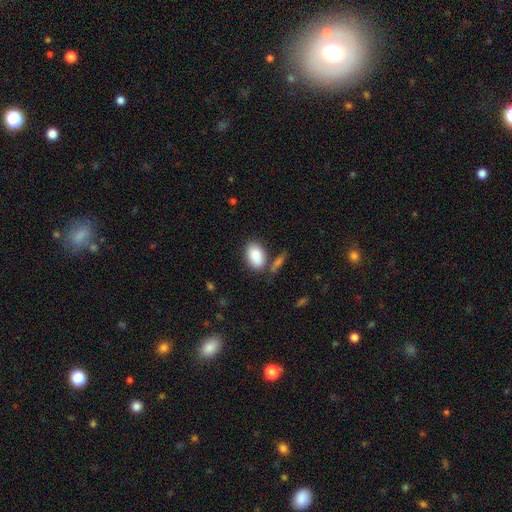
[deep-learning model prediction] Smooth or featured: smooth — 87% (featured or disk — 7%)
How rounded: in between — 91% (round — 8%)
Merging: none — 68% (minor disturbance — 15%)